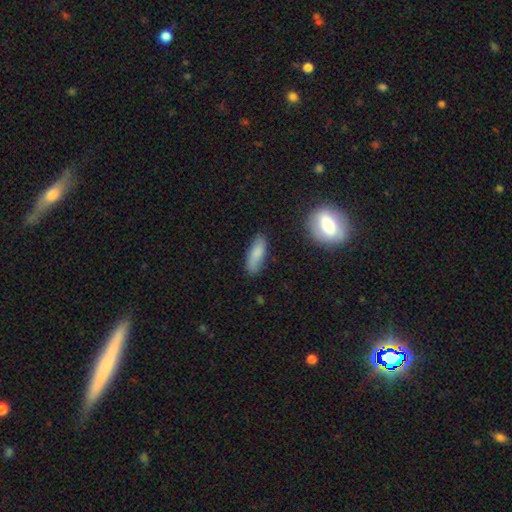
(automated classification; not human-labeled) This is clearly a smooth galaxy (83%). How rounded: likely in between (67%). Merging: clearly none (80%).